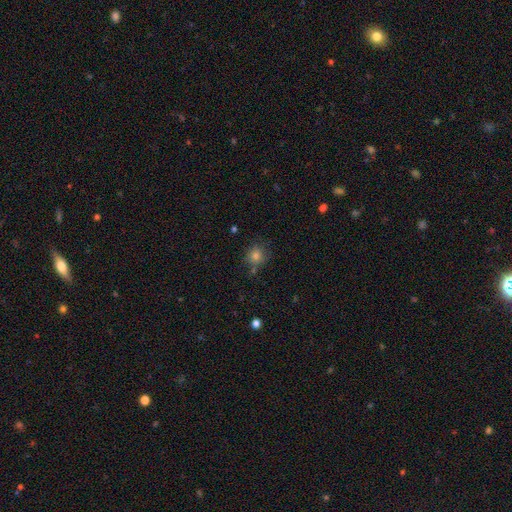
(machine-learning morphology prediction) A smooth galaxy with no disk features (80%) that is round (87%). Merging: none (74%).